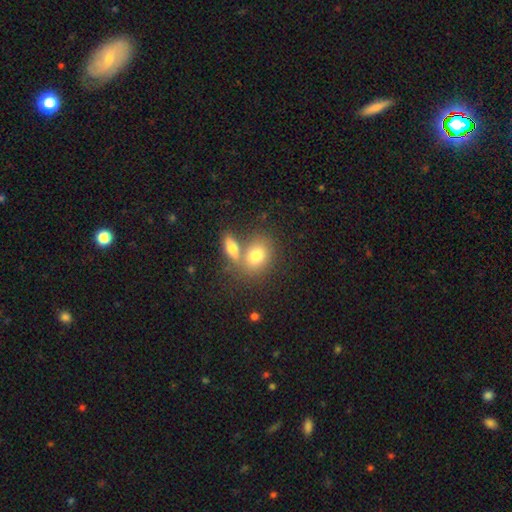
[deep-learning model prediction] smooth_or_featured: smooth (p=0.75) [alt: featured or disk p=0.16]
how_rounded: in between (p=0.59) [alt: round p=0.39]
merging: none (p=0.44) [alt: merger p=0.43]